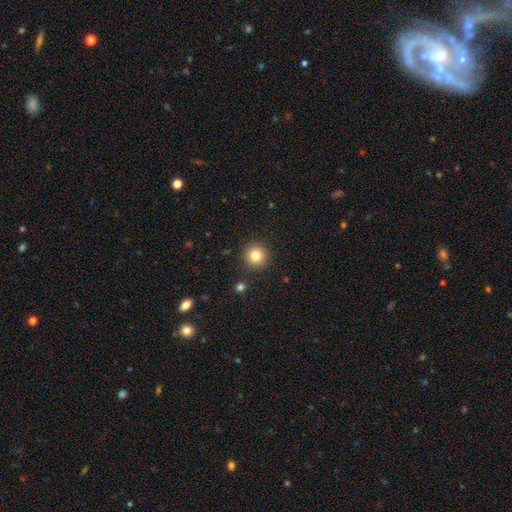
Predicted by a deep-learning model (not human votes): Smooth or featured? smooth (82%)
How rounded? round (95%)
Merging? none (90%)